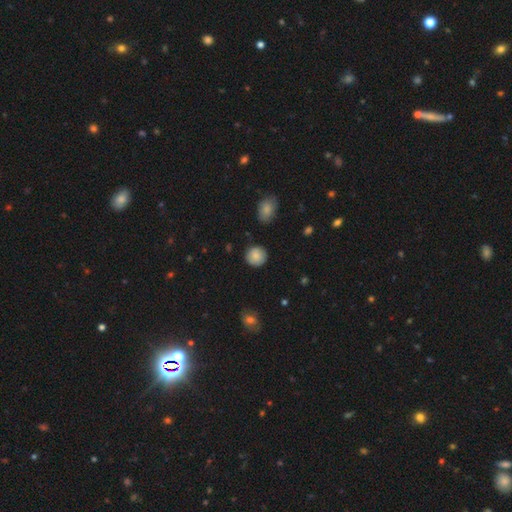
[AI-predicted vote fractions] smooth-or-featured: smooth: 85% | featured or disk: 8% | star or artifact: 8%
  how-rounded: round: 91% | in between: 8% | cigar-shaped: 1%
  merging: none: 87% | minor disturbance: 9% | major disturbance: 2% | merger: 1%